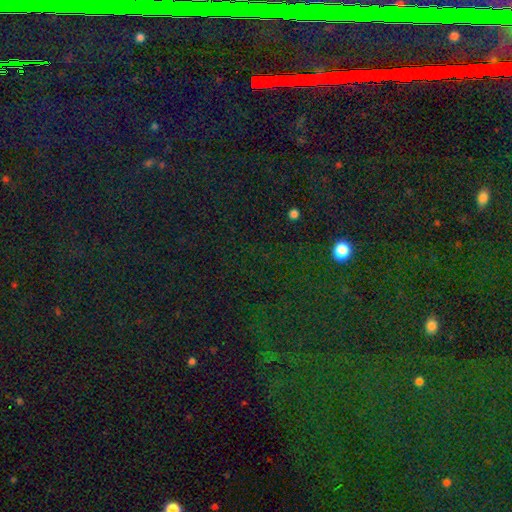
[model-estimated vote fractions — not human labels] Morphology: type=star or artifact (82%).